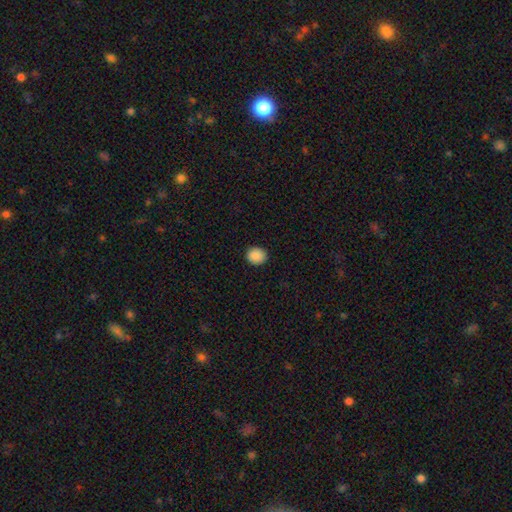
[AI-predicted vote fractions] A smooth galaxy with no disk features (89%) that is round (71%).

Vote fractions:
- Smooth or featured? smooth: 89% / star or artifact: 8% / featured or disk: 2%
- How rounded? round: 71% / in between: 28% / cigar-shaped: 1%
- Merging? none: 91% / minor disturbance: 6% / major disturbance: 2% / merger: 1%